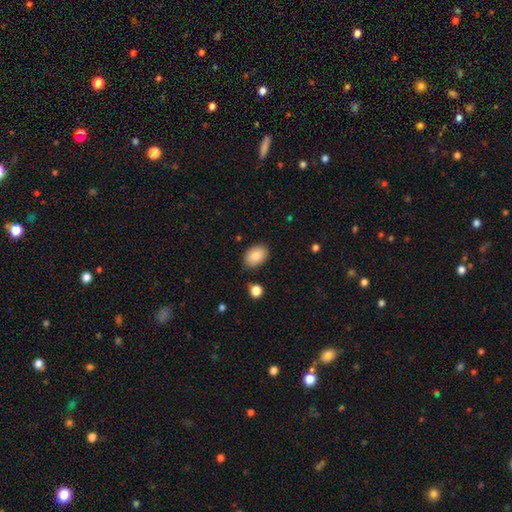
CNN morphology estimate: Q: Smooth or featured?
A: smooth (86%); runner-up: star or artifact (7%)
Q: How rounded?
A: in between (84%); runner-up: round (15%)
Q: Merging?
A: none (82%); runner-up: minor disturbance (14%)